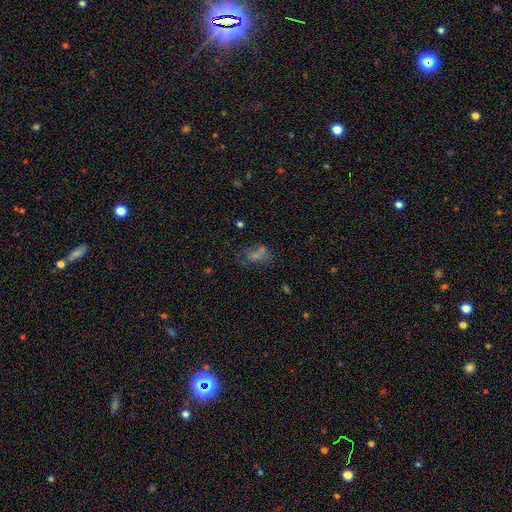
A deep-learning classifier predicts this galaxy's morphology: Smooth or featured?
  - smooth: 45% *
  - star or artifact: 36%
  - featured or disk: 19%
Merging?
  - none: 53% *
  - minor disturbance: 17%
  - merger: 17%
  - major disturbance: 13%